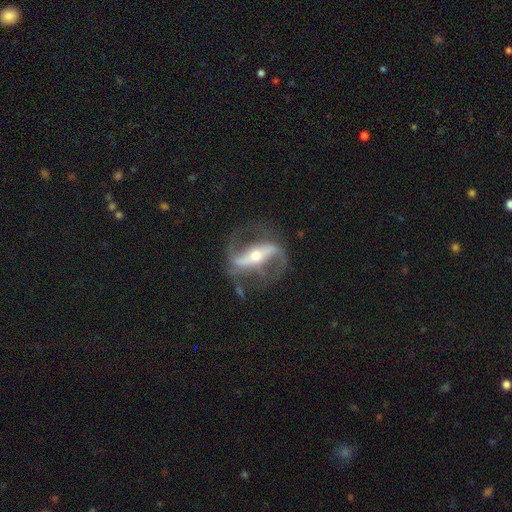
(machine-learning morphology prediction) Smooth or featured?
  - featured or disk: 89% *
  - smooth: 6%
  - star or artifact: 5%
Edge-on disk?
  - no: 87% *
  - yes: 13%
Bar?
  - strong: 74% *
  - weak: 15%
  - no: 11%
Spiral arms?
  - yes: 91% *
  - no: 9%
Spiral winding?
  - medium: 44% *
  - loose: 41%
  - tight: 15%
Spiral arm count?
  - 2: 91% *
  - can't tell: 3%
  - 1: 3%
  - 3: 1%
  - 4: 1%
  - more than 4: 1%
Bulge size?
  - moderate: 54% *
  - small: 39%
  - large: 4%
  - dominant: 1%
  - none: 1%
Merging?
  - none: 71% *
  - minor disturbance: 14%
  - major disturbance: 13%
  - merger: 2%